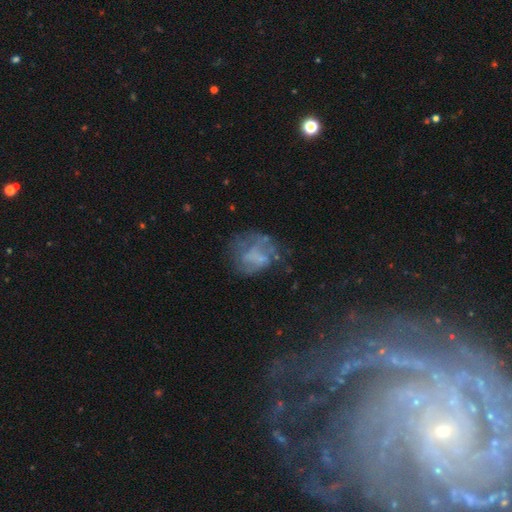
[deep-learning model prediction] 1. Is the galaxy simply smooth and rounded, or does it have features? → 47% featured or disk, 38% smooth, 15% star or artifact.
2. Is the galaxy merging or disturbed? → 44% none, 28% major disturbance, 22% minor disturbance, 6% merger.